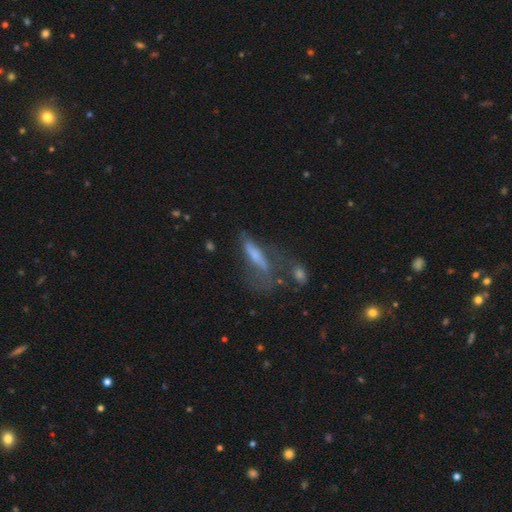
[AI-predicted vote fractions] smooth_or_featured: smooth (p=0.50) [alt: featured or disk p=0.39]
merging: major disturbance (p=0.33) [tied with: none p=0.33]